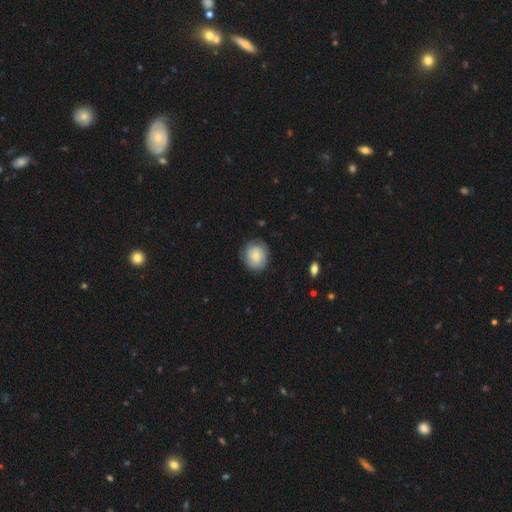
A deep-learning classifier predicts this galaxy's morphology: smooth-or-featured: smooth: 72% | featured or disk: 20% | star or artifact: 7%
  how-rounded: round: 78% | in between: 21% | cigar-shaped: 1%
  merging: none: 77% | minor disturbance: 18% | major disturbance: 5% | merger: 1%